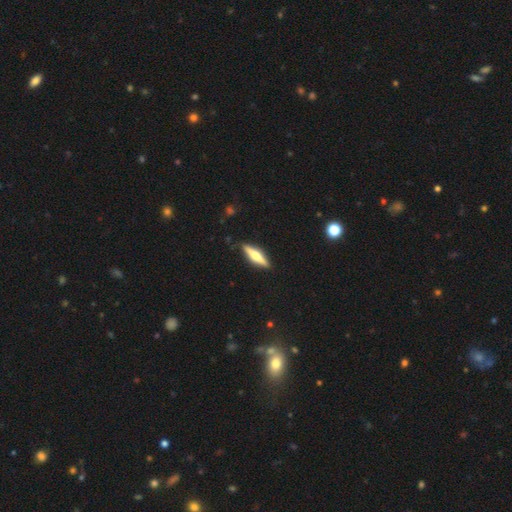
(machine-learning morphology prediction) Smooth or featured? featured or disk (60%)
Edge-on disk? yes (96%)
Edge-on bulge? rounded (89%)
Merging? none (89%)